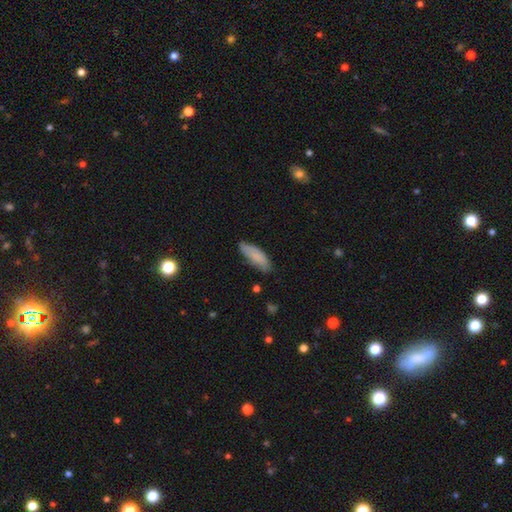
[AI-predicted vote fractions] Q: Smooth or featured?
A: smooth (80%); runner-up: featured or disk (13%)
Q: How rounded?
A: in between (57%); runner-up: cigar-shaped (41%)
Q: Merging?
A: none (70%); runner-up: minor disturbance (23%)